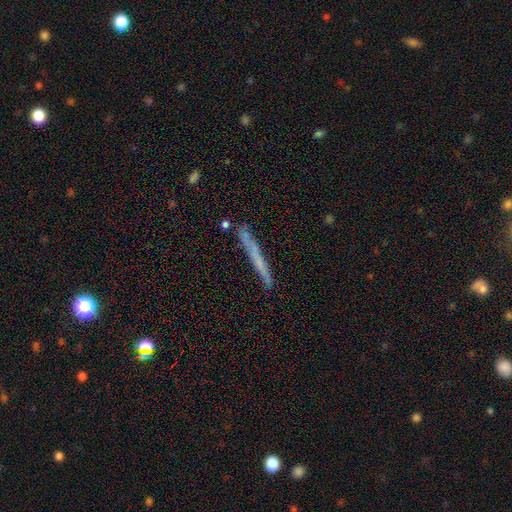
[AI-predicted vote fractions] Q: Smooth or featured?
A: smooth (52%); runner-up: featured or disk (40%)
Q: How rounded?
A: cigar-shaped (96%); runner-up: in between (2%)
Q: Merging?
A: none (87%); runner-up: minor disturbance (9%)